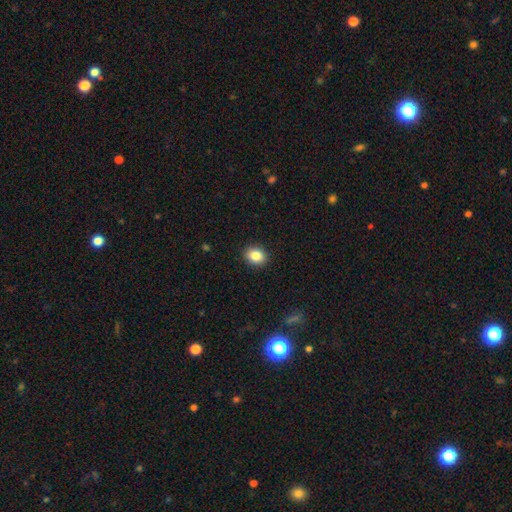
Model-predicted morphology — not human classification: smooth_or_featured: smooth (p=0.85) [alt: star or artifact p=0.09]
how_rounded: in between (p=0.53) [alt: round p=0.46]
merging: none (p=0.91) [alt: minor disturbance p=0.07]